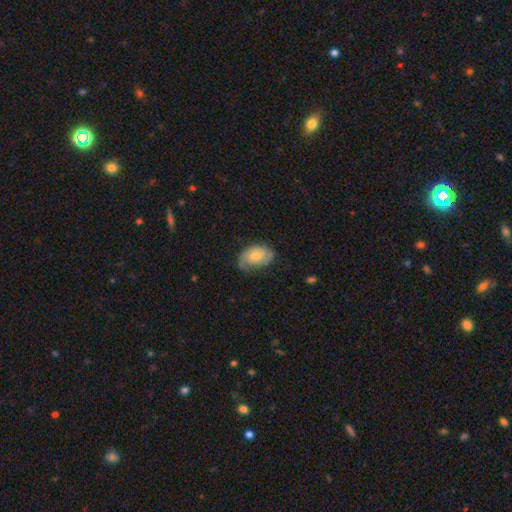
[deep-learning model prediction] smooth-or-featured: featured or disk: 57% | smooth: 37% | star or artifact: 7%
  disk-edge-on: no: 95% | yes: 5%
    bar: no: 69% | weak: 27% | strong: 4%
    has-spiral-arms: yes: 85% | no: 15%
    bulge-size: moderate: 56% | small: 35% | large: 5% | none: 3% | dominant: 1%
  merging: none: 65% | minor disturbance: 26% | major disturbance: 7% | merger: 1%